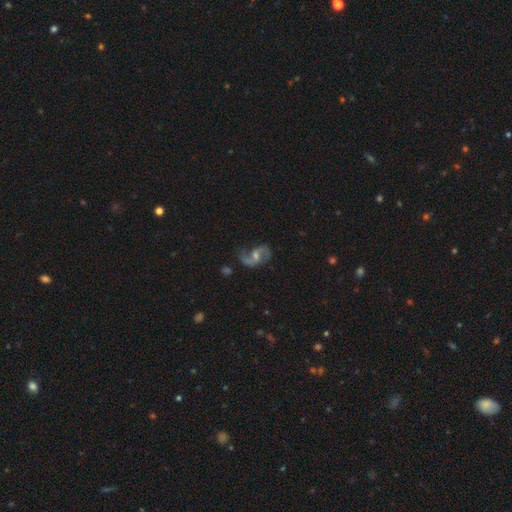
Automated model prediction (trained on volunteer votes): Overall: featured or disk (85%). Edge-on disk: no (97%). Bar: weak (46%; no 38%). Spiral arms: yes (96%). Spiral arm count: 2 (90%). Spiral winding: loose (52%; medium 39%). Bulge size: moderate (51%; small 39%). Merging: none (71%).